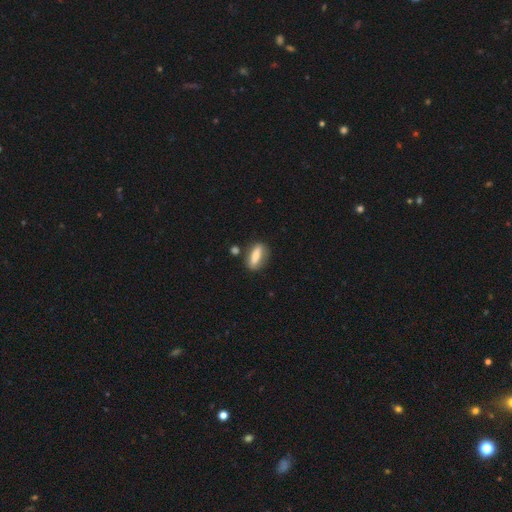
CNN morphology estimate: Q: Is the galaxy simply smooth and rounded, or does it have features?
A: smooth — 69%.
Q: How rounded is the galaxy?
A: in between — 63%.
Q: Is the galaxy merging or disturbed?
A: none — 74%.